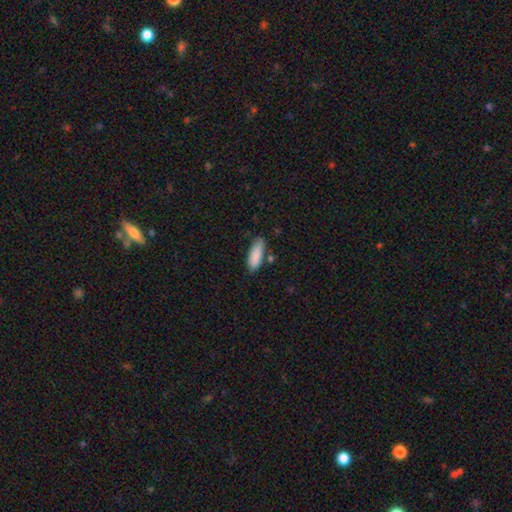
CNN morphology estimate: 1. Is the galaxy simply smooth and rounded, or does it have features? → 88% smooth, 6% star or artifact, 6% featured or disk.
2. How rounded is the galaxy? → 64% in between, 35% cigar-shaped, 2% round.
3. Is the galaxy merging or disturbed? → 72% none, 19% minor disturbance, 6% merger, 4% major disturbance.